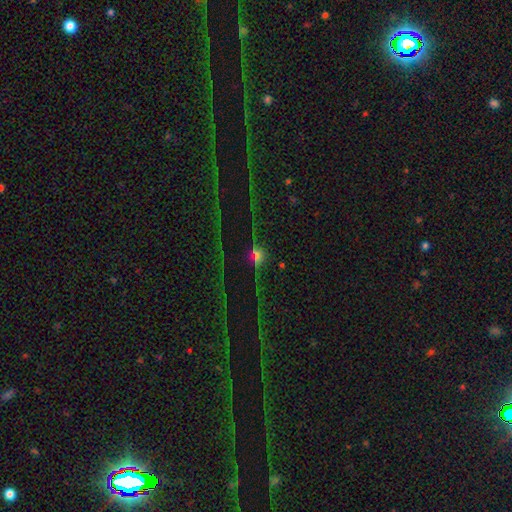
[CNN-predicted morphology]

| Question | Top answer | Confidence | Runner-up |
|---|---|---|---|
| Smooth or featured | star or artifact | 43% | featured or disk (34%) |